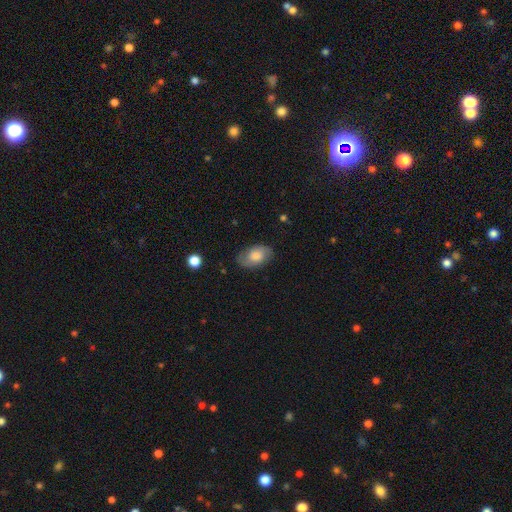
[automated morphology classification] Q: Smooth or featured?
A: smooth (58%); runner-up: featured or disk (35%)
Q: How rounded?
A: in between (91%); runner-up: round (8%)
Q: Merging?
A: none (77%); runner-up: minor disturbance (17%)